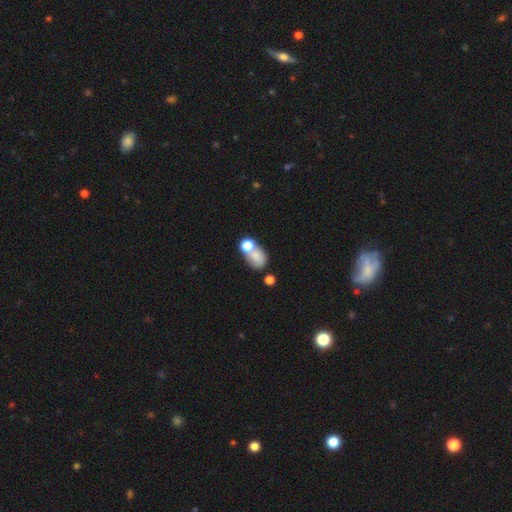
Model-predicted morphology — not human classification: smooth_or_featured: smooth (p=0.72) [alt: featured or disk p=0.15]
how_rounded: in between (p=0.69) [alt: round p=0.29]
merging: merger (p=0.45) [alt: none p=0.32]